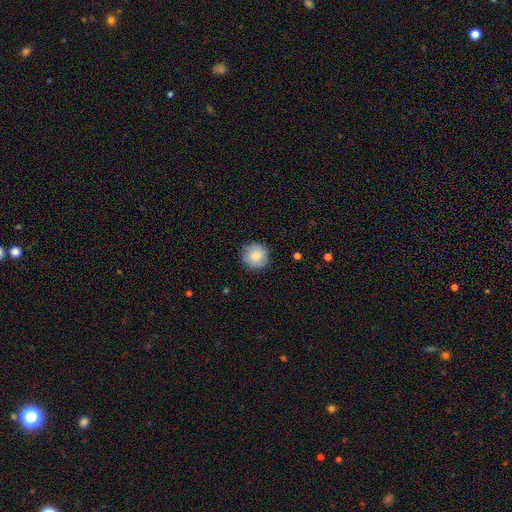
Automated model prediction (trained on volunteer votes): Q: Smooth or featured?
A: smooth (84%); runner-up: featured or disk (9%)
Q: How rounded?
A: round (94%); runner-up: in between (5%)
Q: Merging?
A: none (87%); runner-up: minor disturbance (9%)